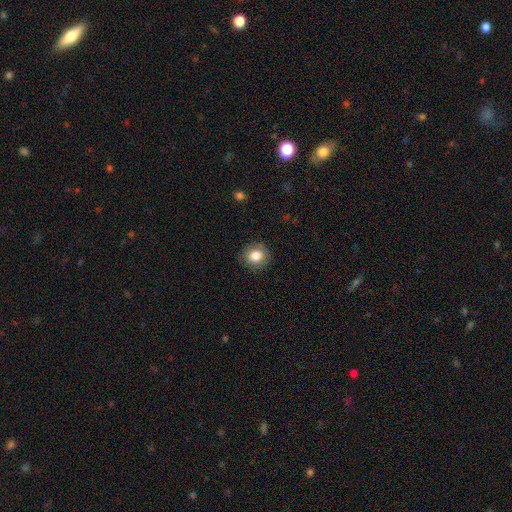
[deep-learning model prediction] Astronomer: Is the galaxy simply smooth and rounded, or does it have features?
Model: smooth — 81%.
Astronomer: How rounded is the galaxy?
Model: round — 87%.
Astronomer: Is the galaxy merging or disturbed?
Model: none — 86%.